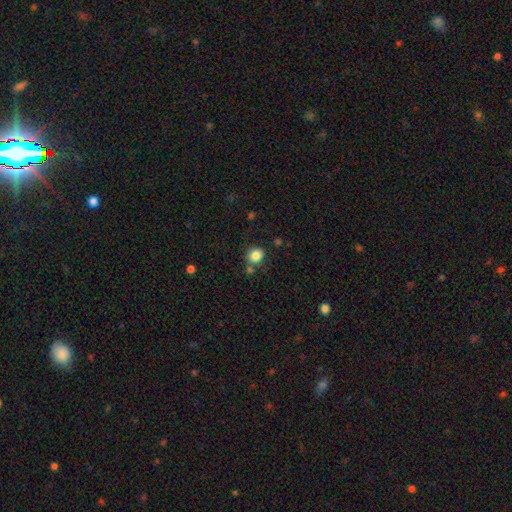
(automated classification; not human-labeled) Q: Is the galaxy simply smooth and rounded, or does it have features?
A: smooth — 84%.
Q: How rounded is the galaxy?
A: round — 80%.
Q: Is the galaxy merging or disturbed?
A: none — 73%.